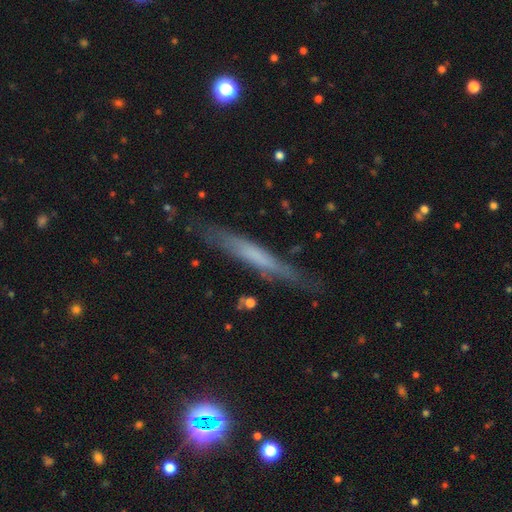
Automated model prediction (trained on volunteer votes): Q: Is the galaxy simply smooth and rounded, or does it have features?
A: featured or disk — 47%.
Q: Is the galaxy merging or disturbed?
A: none — 79%.